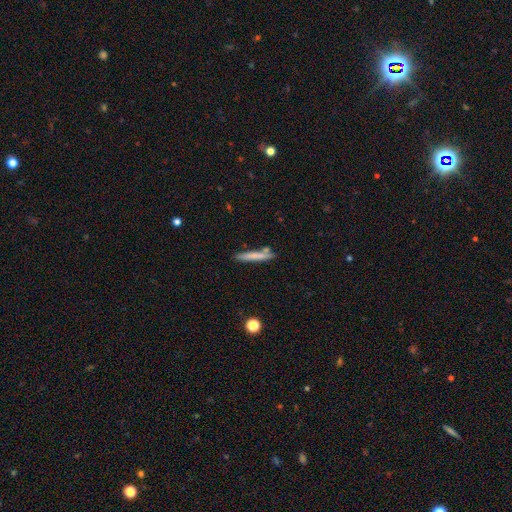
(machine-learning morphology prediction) smooth_or_featured: smooth (p=0.71) [alt: featured or disk p=0.23]
how_rounded: cigar-shaped (p=0.94) [alt: in between p=0.05]
merging: none (p=0.77) [alt: minor disturbance p=0.12]